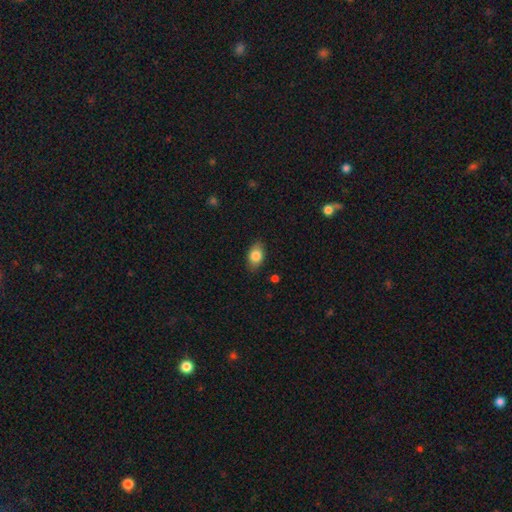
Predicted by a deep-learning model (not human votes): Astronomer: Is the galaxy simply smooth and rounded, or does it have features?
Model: smooth — 83%.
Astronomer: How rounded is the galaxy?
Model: in between — 84%.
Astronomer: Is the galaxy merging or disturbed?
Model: none — 84%.